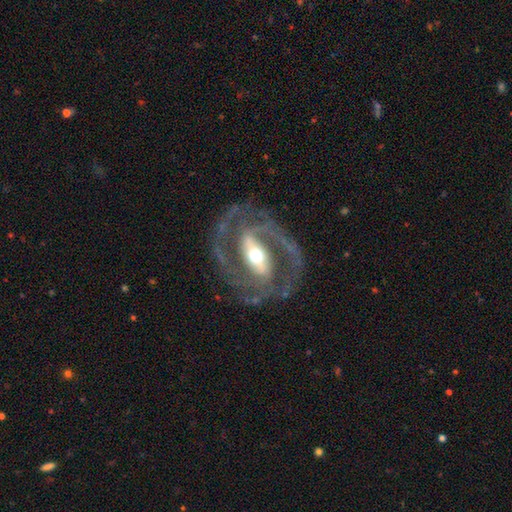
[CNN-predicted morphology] This appears to be a featured or disk galaxy (91%) with a strong bar (63%), 2 (80%) medium (53%) spiral arms (96%) and a moderate central bulge (62%). Merging: none (74%).